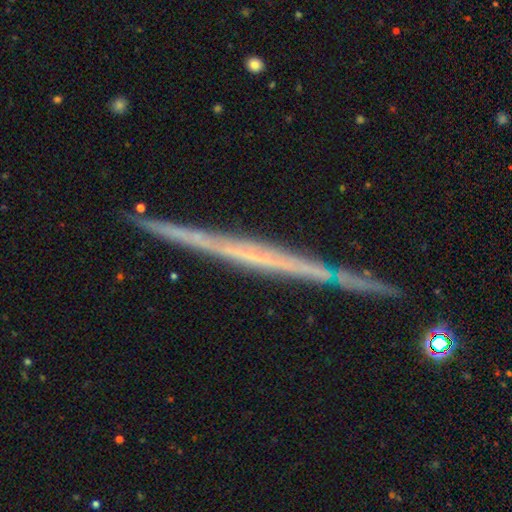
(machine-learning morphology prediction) A featured or disk galaxy (72%) viewed edge-on (98%) with no central bulge (87%). Merging: none (88%).